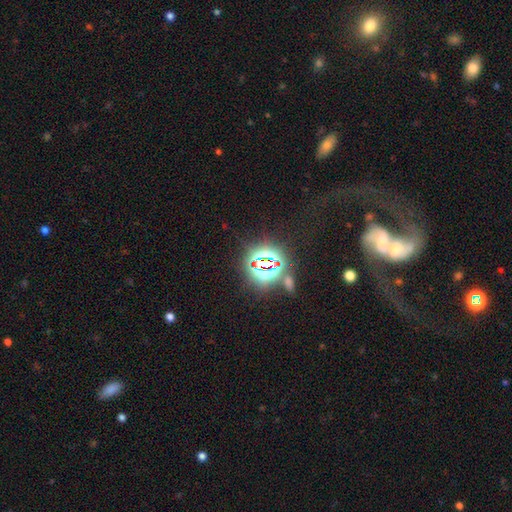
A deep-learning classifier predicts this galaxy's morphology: star or artifact 79%, smooth 12%, featured or disk 9%.